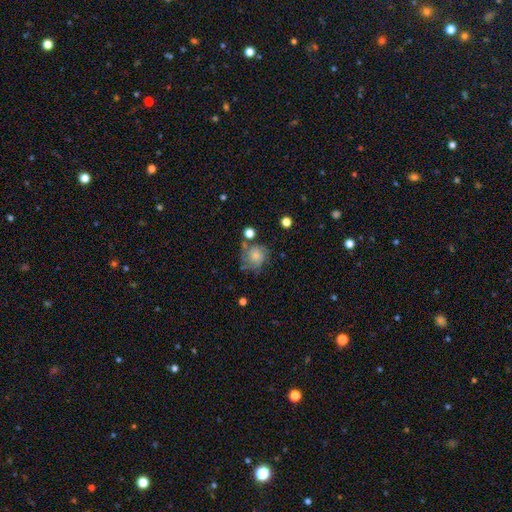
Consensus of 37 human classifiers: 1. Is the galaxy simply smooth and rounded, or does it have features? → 59% smooth, 38% featured or disk, 3% star or artifact.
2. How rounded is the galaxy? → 91% round, 9% in between, 0% cigar-shaped.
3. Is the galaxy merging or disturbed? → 64% none, 22% minor disturbance, 8% major disturbance, 6% merger.